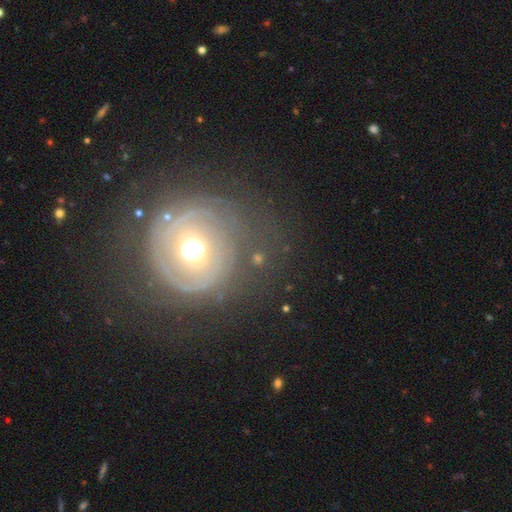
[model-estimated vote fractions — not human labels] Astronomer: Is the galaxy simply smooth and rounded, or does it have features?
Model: featured or disk — 67%.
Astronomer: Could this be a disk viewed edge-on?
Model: no — 96%.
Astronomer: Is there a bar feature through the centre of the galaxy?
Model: no — 77%.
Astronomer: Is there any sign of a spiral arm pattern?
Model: yes — 67%.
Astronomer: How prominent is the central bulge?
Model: moderate — 71%.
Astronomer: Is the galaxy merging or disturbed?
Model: none — 68%.